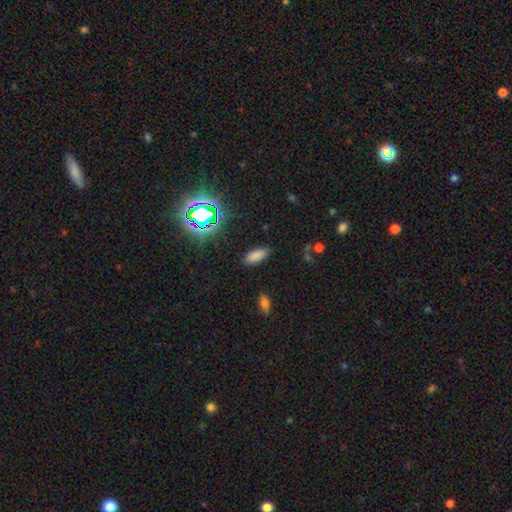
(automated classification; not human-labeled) This is likely a smooth galaxy (77%). How rounded: clearly in between (81%). Merging: clearly none (85%).